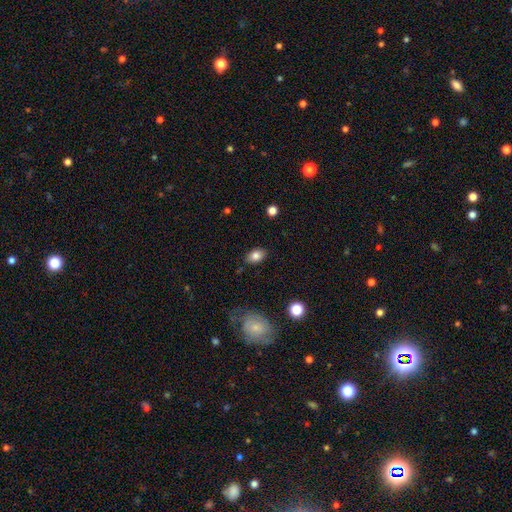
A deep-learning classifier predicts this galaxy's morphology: Q: Smooth or featured?
A: smooth (82%); runner-up: star or artifact (9%)
Q: How rounded?
A: in between (81%); runner-up: round (17%)
Q: Merging?
A: none (84%); runner-up: minor disturbance (12%)